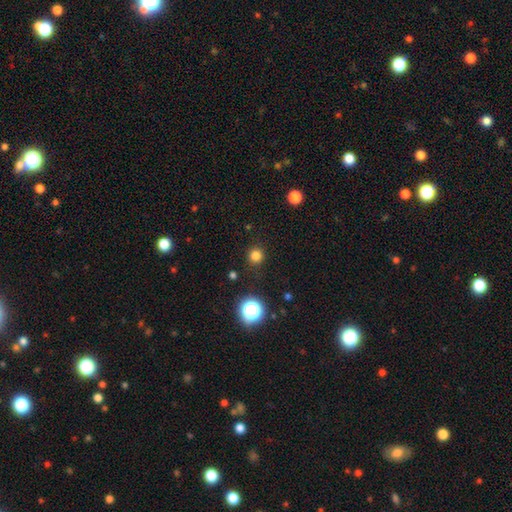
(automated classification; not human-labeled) Morphology: type=smooth (79%); roundness=round (94%); merging=none (90%).